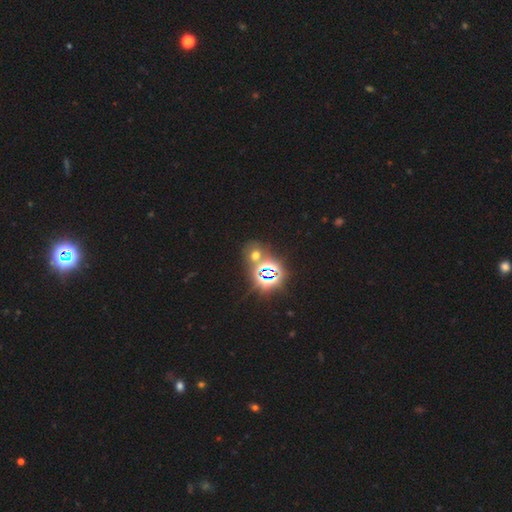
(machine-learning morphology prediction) A star or artifact, not a galaxy (59%).